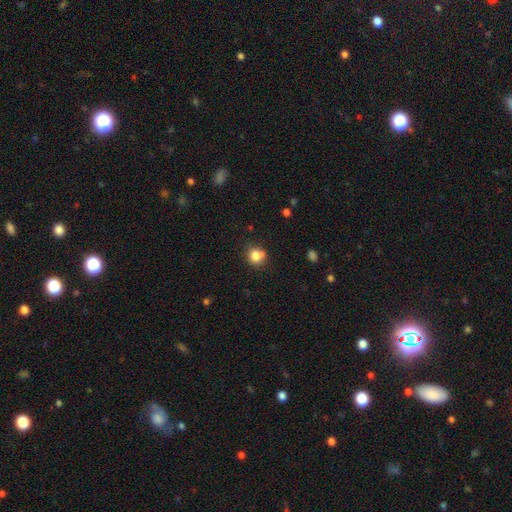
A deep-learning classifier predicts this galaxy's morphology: type=smooth (79%); roundness=round (84%); merging=none (61%).